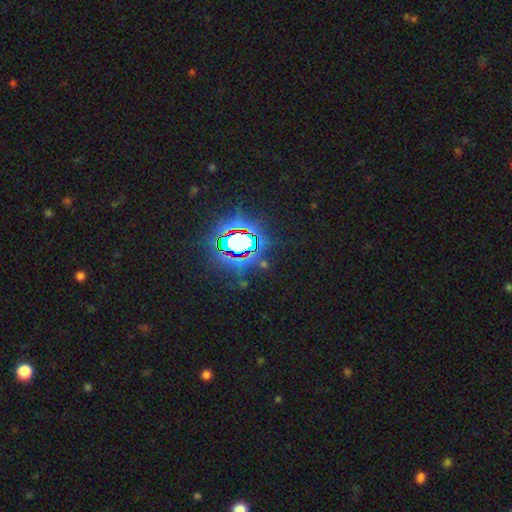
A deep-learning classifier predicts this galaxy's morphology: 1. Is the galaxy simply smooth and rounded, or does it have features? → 84% star or artifact, 9% smooth, 7% featured or disk.